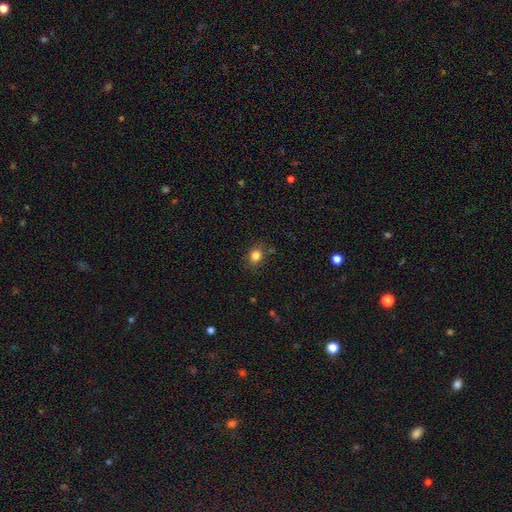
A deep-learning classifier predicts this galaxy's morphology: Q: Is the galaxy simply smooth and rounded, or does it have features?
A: smooth — 83%.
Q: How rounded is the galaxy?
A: round — 53%.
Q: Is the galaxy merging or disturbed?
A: none — 82%.